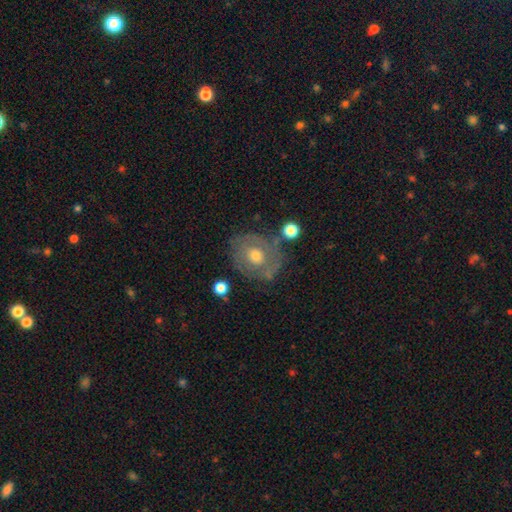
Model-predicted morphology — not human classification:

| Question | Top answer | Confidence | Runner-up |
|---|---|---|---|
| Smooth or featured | featured or disk | 57% | smooth (34%) |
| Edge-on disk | no | 96% | yes (4%) |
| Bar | no | 82% | weak (15%) |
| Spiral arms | yes | 51% | no (49%) |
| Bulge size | moderate | 67% | small (26%) |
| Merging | none | 65% | minor disturbance (20%) |